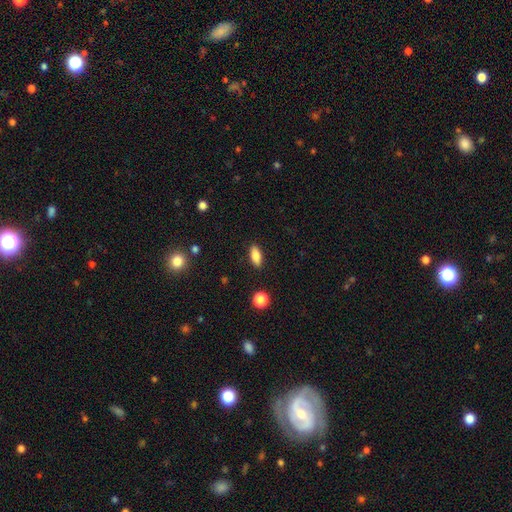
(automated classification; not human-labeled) Smooth or featured? smooth (82%)
How rounded? in between (79%)
Merging? none (88%)